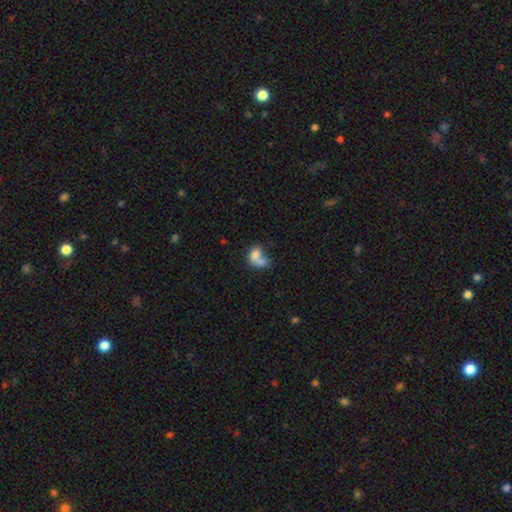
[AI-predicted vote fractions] Q: Smooth or featured?
A: smooth (72%); runner-up: featured or disk (19%)
Q: How rounded?
A: in between (68%); runner-up: round (30%)
Q: Merging?
A: merger (69%); runner-up: none (17%)